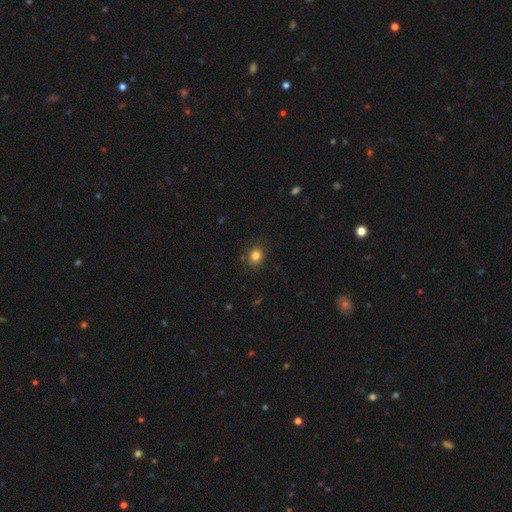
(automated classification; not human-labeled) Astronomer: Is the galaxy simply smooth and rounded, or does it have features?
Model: smooth — 82%.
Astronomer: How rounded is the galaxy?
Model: round — 64%.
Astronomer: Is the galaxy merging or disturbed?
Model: none — 85%.